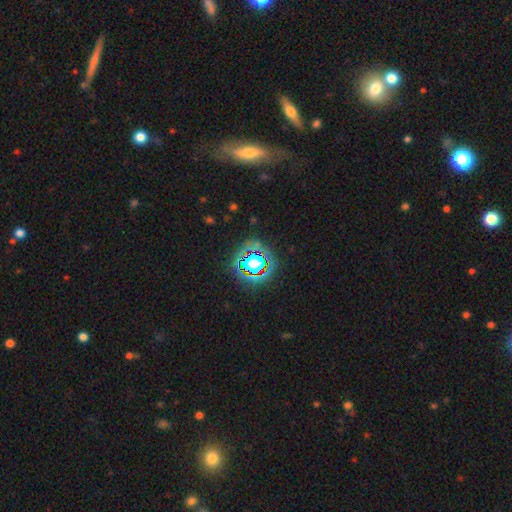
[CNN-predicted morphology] smooth_or_featured: star or artifact (p=0.70) [alt: smooth p=0.18]